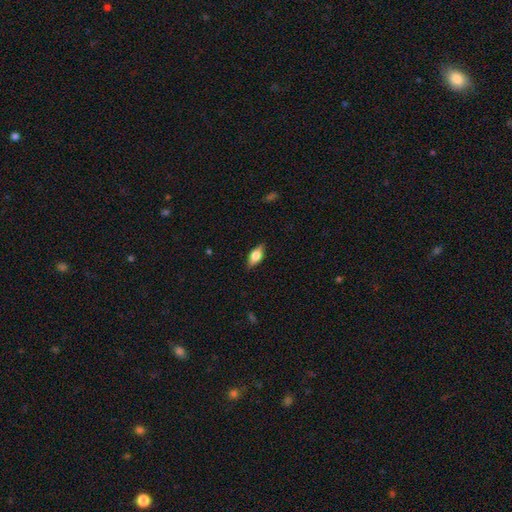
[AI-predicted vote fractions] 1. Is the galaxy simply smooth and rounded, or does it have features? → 52% smooth, 40% featured or disk, 8% star or artifact.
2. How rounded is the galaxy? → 77% in between, 17% cigar-shaped, 5% round.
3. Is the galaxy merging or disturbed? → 84% none, 12% minor disturbance, 3% major disturbance, 1% merger.